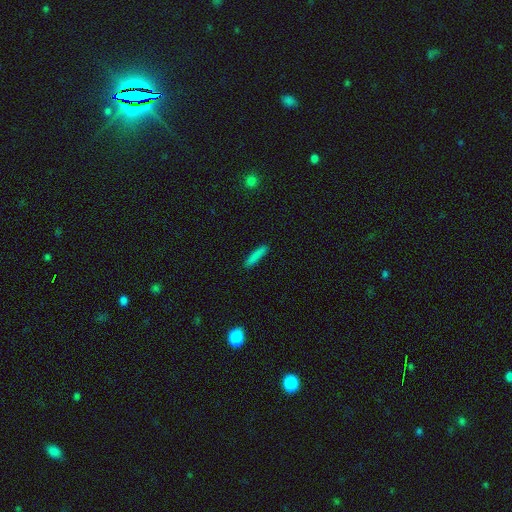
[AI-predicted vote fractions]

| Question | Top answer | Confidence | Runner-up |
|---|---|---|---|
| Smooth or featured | smooth | 84% | star or artifact (8%) |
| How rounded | cigar-shaped | 88% | in between (11%) |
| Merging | none | 89% | minor disturbance (8%) |